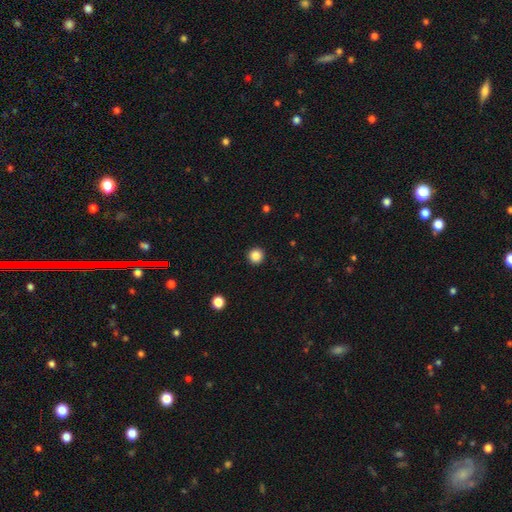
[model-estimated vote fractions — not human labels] A smooth galaxy with no disk features (86%) that is round (96%). Merging: none (93%).